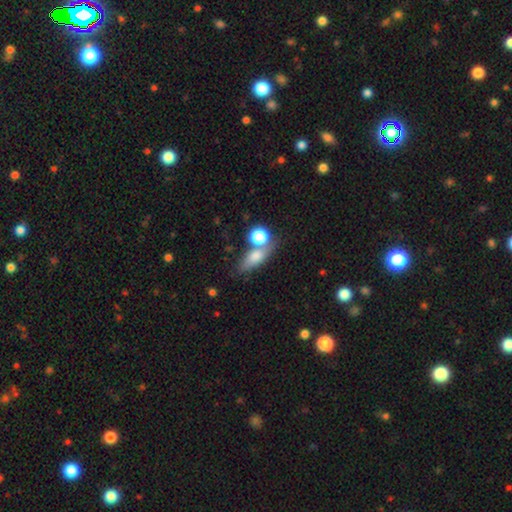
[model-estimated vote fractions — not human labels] A smooth galaxy with no disk features (72%) that is in between round and cigar-shaped (61%). Merging: none (54%).